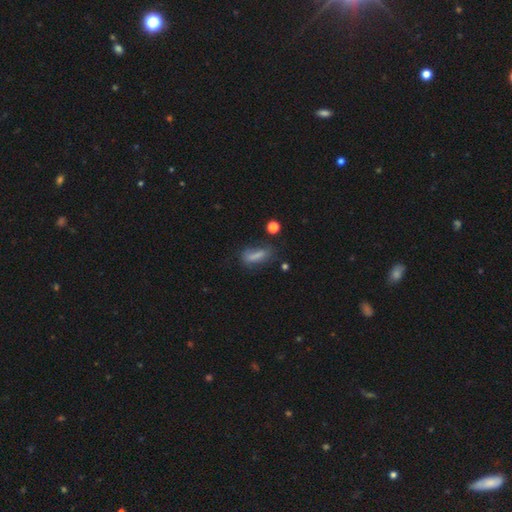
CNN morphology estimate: Smooth or featured?
  - smooth: 73% *
  - featured or disk: 16%
  - star or artifact: 11%
How rounded?
  - in between: 49% *
  - cigar-shaped: 47%
  - round: 5%
Merging?
  - none: 53% *
  - minor disturbance: 26%
  - major disturbance: 15%
  - merger: 5%